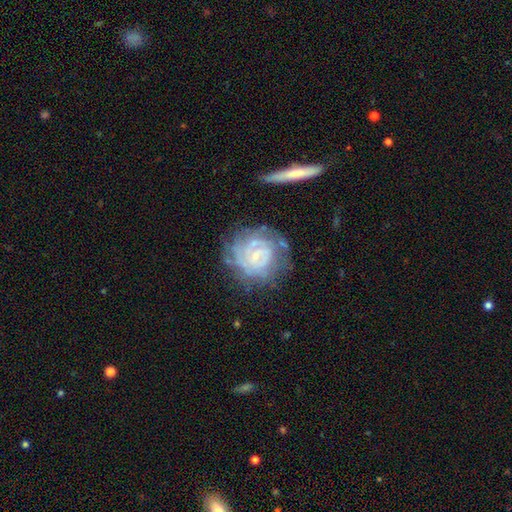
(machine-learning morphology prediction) A featured or disk galaxy (76%) with no bar (56%), tight (73%) spiral arms (84%) and a small central bulge (73%). Merging: none (62%).